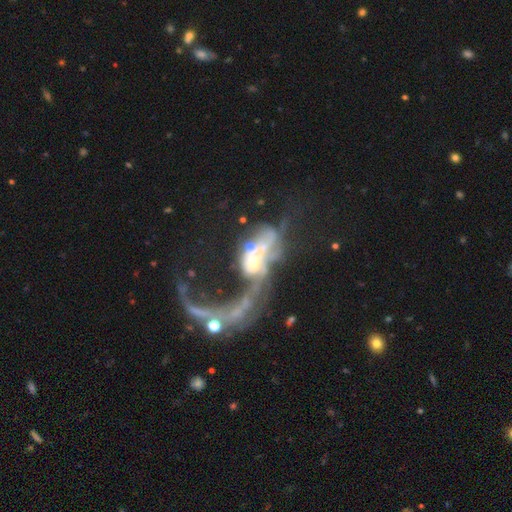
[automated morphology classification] This appears to be a featured or disk galaxy (65%) with no bar (76%), no spiral arms (63%) and a moderate central bulge (42%). Merging: merger (58%).